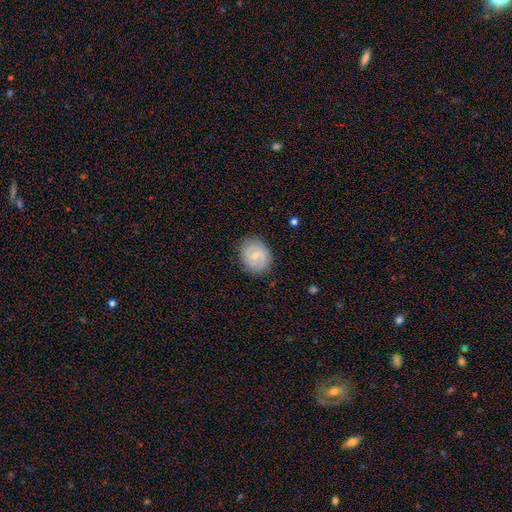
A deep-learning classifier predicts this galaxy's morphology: Overall: smooth (47%; featured or disk 45%). Merging: none (83%).